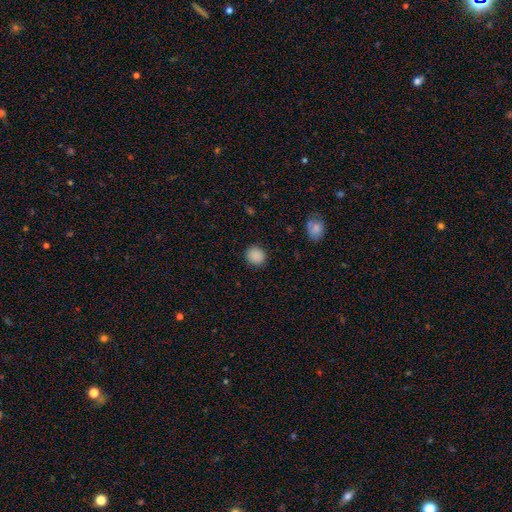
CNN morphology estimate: Smooth or featured?
  - smooth: 88% *
  - star or artifact: 9%
  - featured or disk: 3%
How rounded?
  - round: 82% *
  - in between: 17%
  - cigar-shaped: 1%
Merging?
  - none: 89% *
  - minor disturbance: 7%
  - major disturbance: 2%
  - merger: 1%